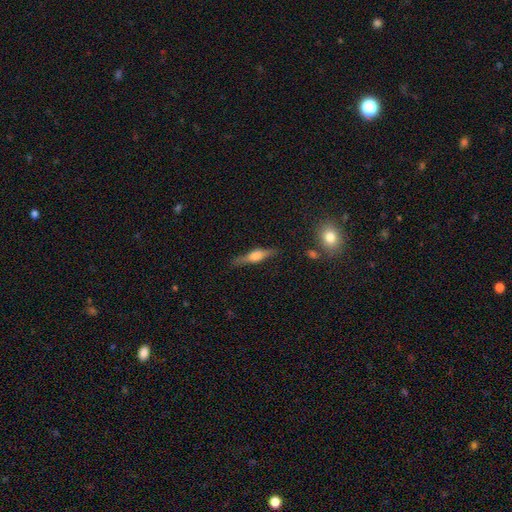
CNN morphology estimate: smooth_or_featured: featured or disk (p=0.57) [alt: smooth p=0.36]
disk_edge_on: yes (p=0.94) [alt: no p=0.06]
edge_on_bulge: rounded (p=0.79) [alt: boxy p=0.17]
merging: none (p=0.80) [alt: minor disturbance p=0.14]